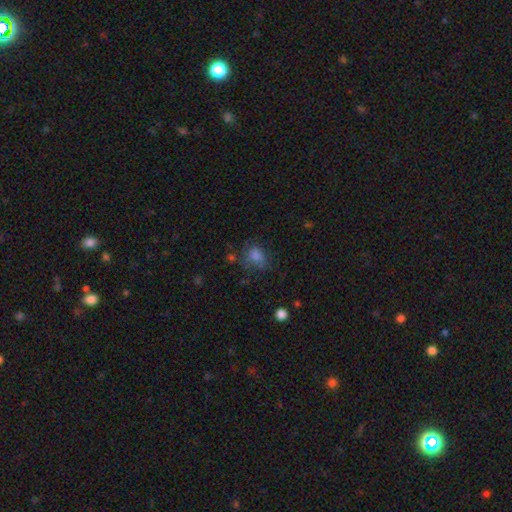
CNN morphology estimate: smooth-or-featured: smooth: 70% | star or artifact: 16% | featured or disk: 14%
  how-rounded: in between: 58% | round: 40% | cigar-shaped: 2%
  merging: none: 53% | minor disturbance: 24% | major disturbance: 17% | merger: 5%